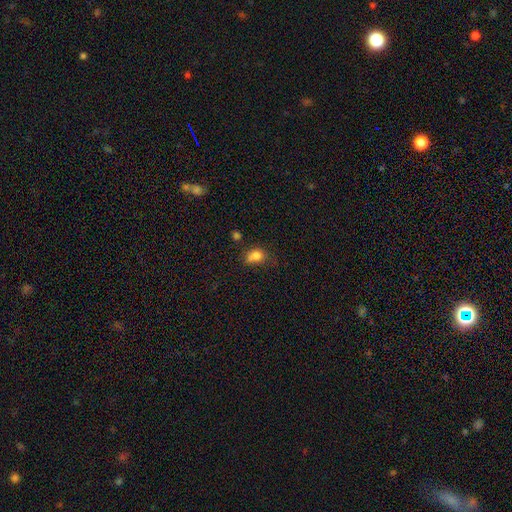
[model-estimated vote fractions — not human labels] This appears to be a smooth galaxy with no disk features (79%) that is in between round and cigar-shaped (54%). Merging: none (40%).